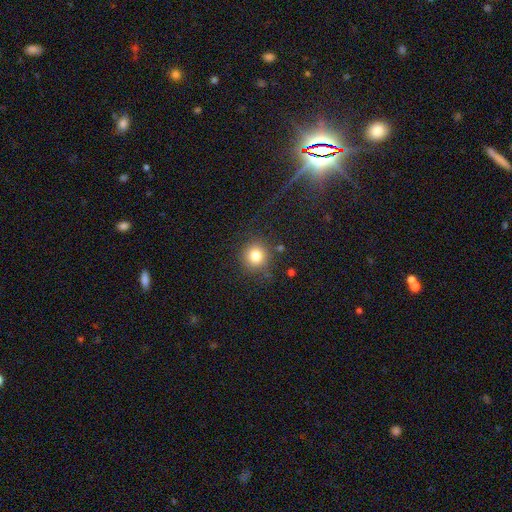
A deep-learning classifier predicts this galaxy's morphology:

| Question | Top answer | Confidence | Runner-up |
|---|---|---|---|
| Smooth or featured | smooth | 80% | star or artifact (13%) |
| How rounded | round | 92% | in between (7%) |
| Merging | none | 83% | minor disturbance (10%) |